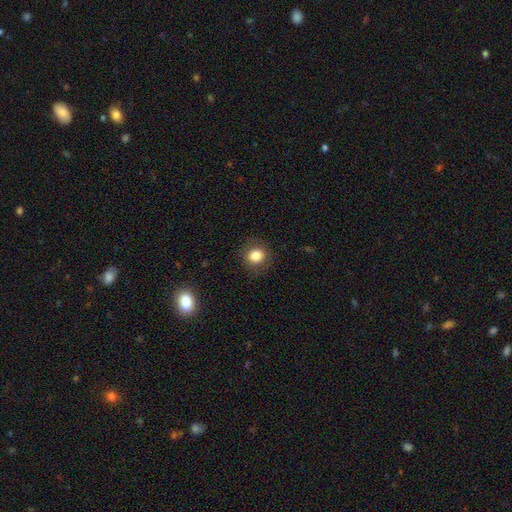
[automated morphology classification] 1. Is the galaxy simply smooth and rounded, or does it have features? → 83% smooth, 10% star or artifact, 7% featured or disk.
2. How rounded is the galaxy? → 80% round, 19% in between, 1% cigar-shaped.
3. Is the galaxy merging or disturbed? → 86% none, 10% minor disturbance, 4% major disturbance, 1% merger.